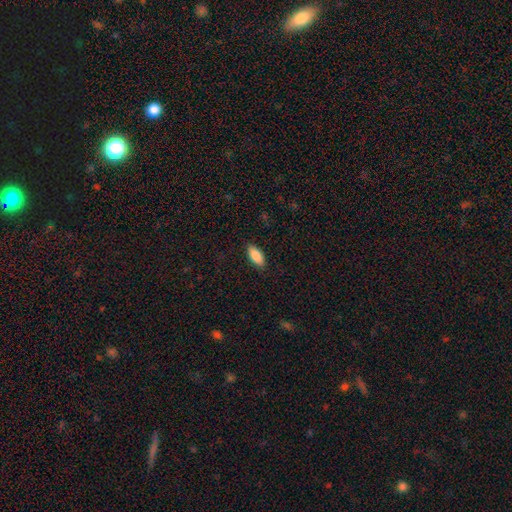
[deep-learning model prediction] Q: Smooth or featured?
A: smooth (87%); runner-up: featured or disk (7%)
Q: How rounded?
A: in between (87%); runner-up: cigar-shaped (11%)
Q: Merging?
A: none (88%); runner-up: minor disturbance (9%)